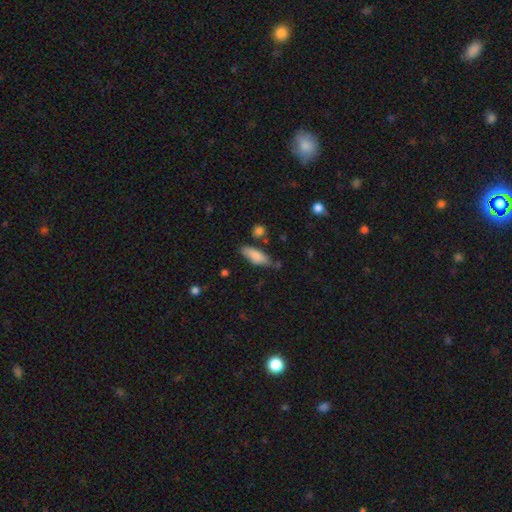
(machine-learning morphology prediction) Smooth or featured?
  - smooth: 83% *
  - featured or disk: 10%
  - star or artifact: 6%
How rounded?
  - in between: 63% *
  - cigar-shaped: 35%
  - round: 2%
Merging?
  - none: 69% *
  - minor disturbance: 21%
  - merger: 6%
  - major disturbance: 4%